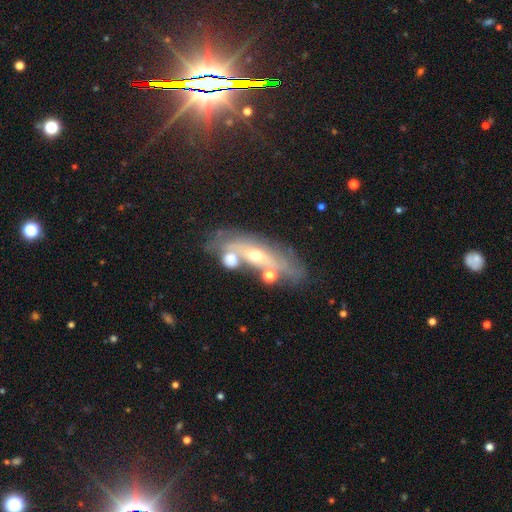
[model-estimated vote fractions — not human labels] A featured or disk galaxy (67%). Merging: none (49%).